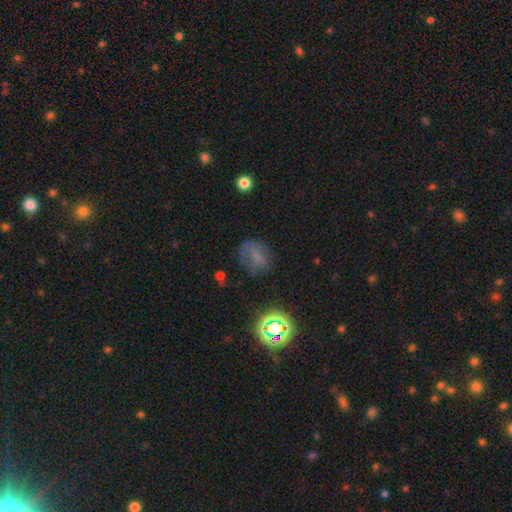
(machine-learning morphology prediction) Smooth or featured? smooth (54%)
How rounded? round (55%)
Merging? none (61%)